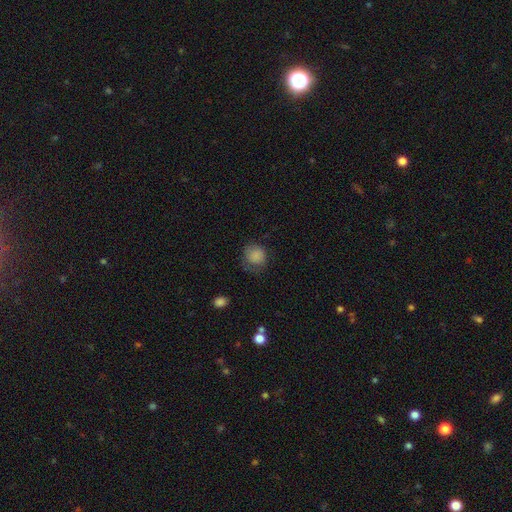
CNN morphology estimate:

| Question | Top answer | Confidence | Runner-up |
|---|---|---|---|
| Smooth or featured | smooth | 83% | star or artifact (9%) |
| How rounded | round | 81% | in between (18%) |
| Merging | none | 60% | minor disturbance (25%) |